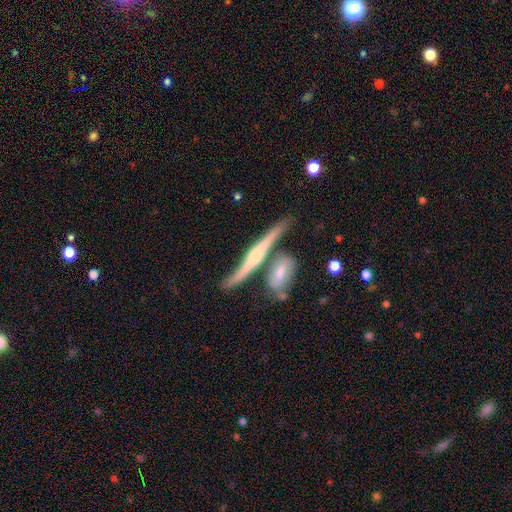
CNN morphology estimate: A featured or disk galaxy (71%) viewed edge-on (92%) with a rounded central bulge (68%). Merging: none (57%).